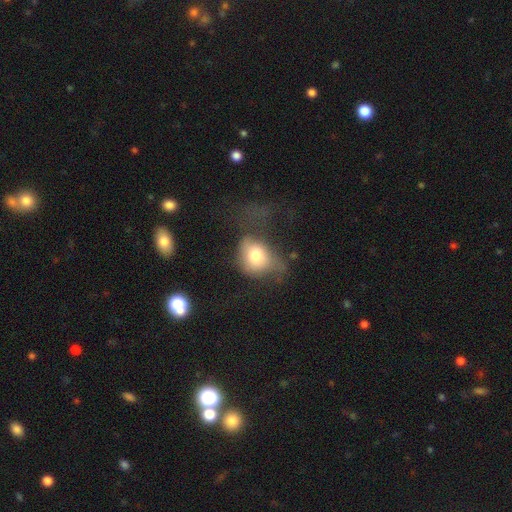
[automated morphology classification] Smooth or featured? Predicted: smooth (p=0.71). How rounded? Predicted: round (p=0.52). Merging? Predicted: major disturbance (p=0.44).